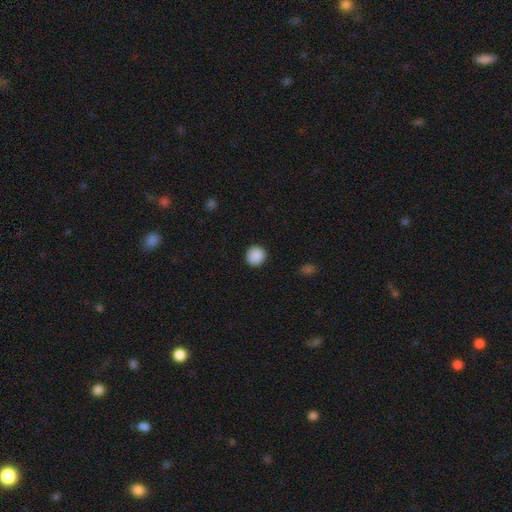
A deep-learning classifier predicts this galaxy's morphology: Q: Smooth or featured?
A: smooth (89%); runner-up: star or artifact (8%)
Q: How rounded?
A: round (91%); runner-up: in between (8%)
Q: Merging?
A: none (91%); runner-up: minor disturbance (6%)